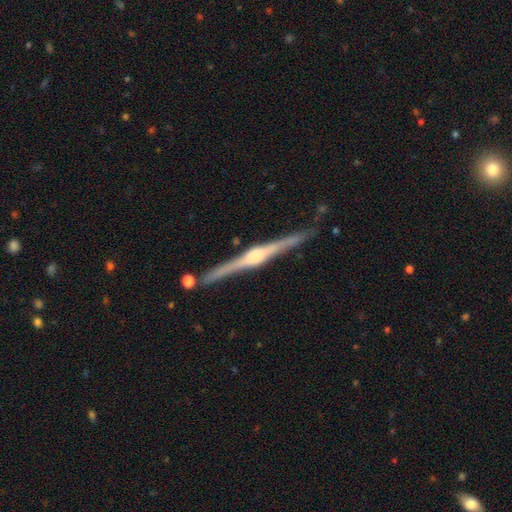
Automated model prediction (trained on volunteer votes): smooth_or_featured: featured or disk (p=0.87) [alt: smooth p=0.08]
disk_edge_on: yes (p=0.98) [alt: no p=0.02]
edge_on_bulge: rounded (p=0.79) [alt: boxy p=0.16]
merging: none (p=0.87) [alt: minor disturbance p=0.09]